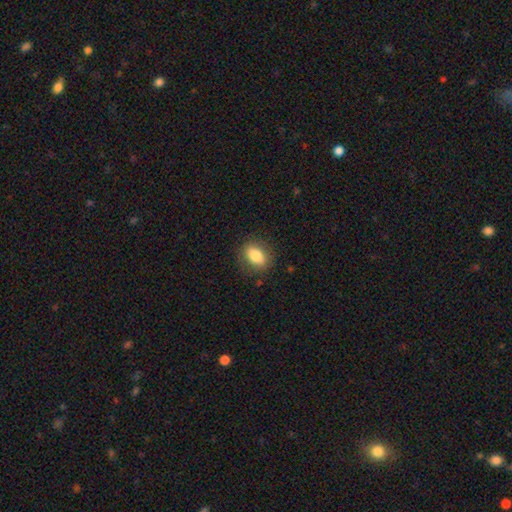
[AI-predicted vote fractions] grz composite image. It shows a smooth galaxy with no disk features (82%) that is in between round and cigar-shaped (76%). Merging: none (84%).